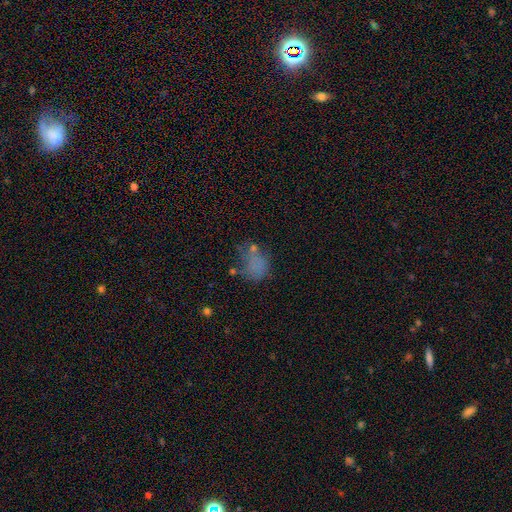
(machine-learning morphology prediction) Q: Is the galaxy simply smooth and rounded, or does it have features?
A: smooth — 59%.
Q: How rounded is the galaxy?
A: in between — 58%.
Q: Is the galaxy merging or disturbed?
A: none — 46%.